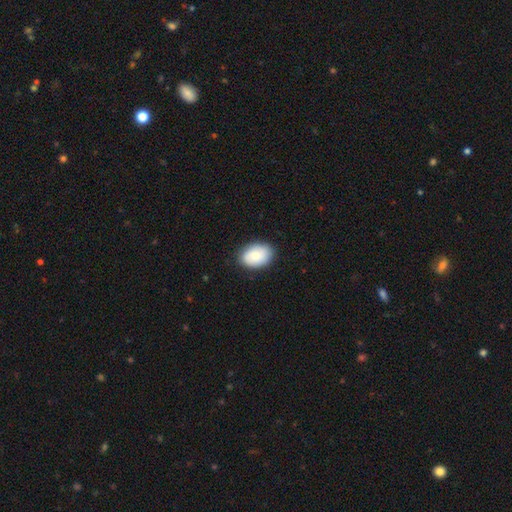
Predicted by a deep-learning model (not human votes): Morphology: type=smooth (84%); roundness=in between (84%); merging=none (85%).